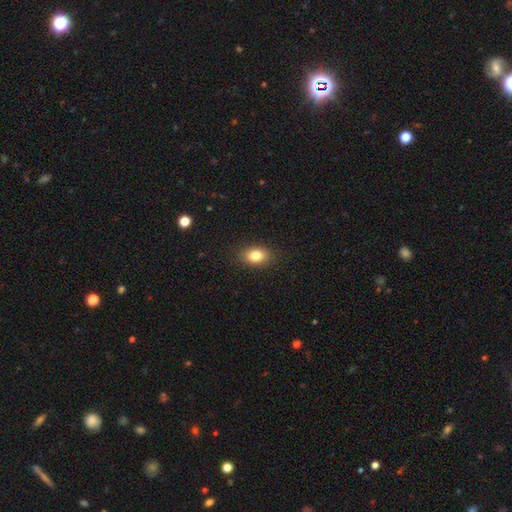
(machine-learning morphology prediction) Smooth or featured? Predicted: smooth (p=0.82). How rounded? Predicted: in between (p=0.77). Merging? Predicted: none (p=0.88).